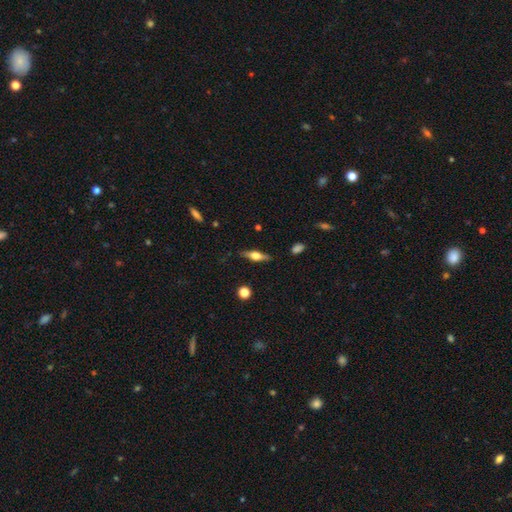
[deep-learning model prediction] Smooth or featured? featured or disk (54%)
Edge-on disk? yes (93%)
Edge-on bulge? rounded (91%)
Merging? none (85%)